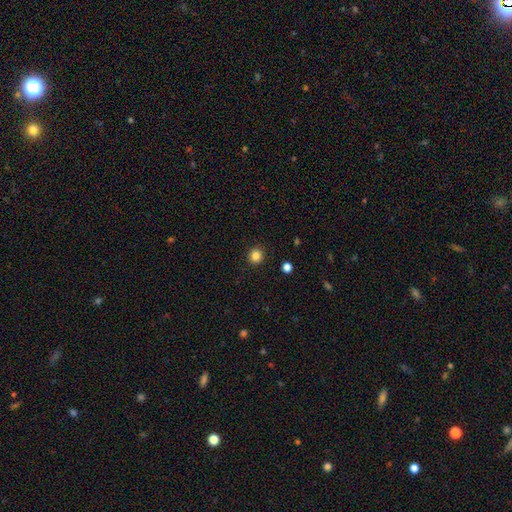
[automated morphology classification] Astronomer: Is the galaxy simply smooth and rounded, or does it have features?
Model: smooth — 85%.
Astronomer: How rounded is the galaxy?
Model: round — 92%.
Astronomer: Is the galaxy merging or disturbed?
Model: none — 92%.